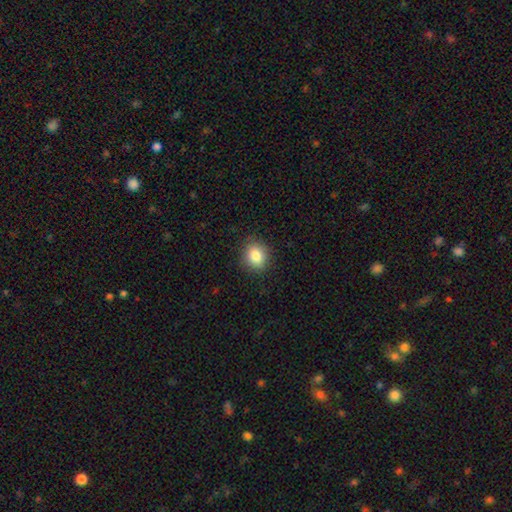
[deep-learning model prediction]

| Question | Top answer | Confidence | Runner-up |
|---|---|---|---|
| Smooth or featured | smooth | 84% | star or artifact (10%) |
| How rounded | round | 67% | in between (32%) |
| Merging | none | 88% | minor disturbance (9%) |